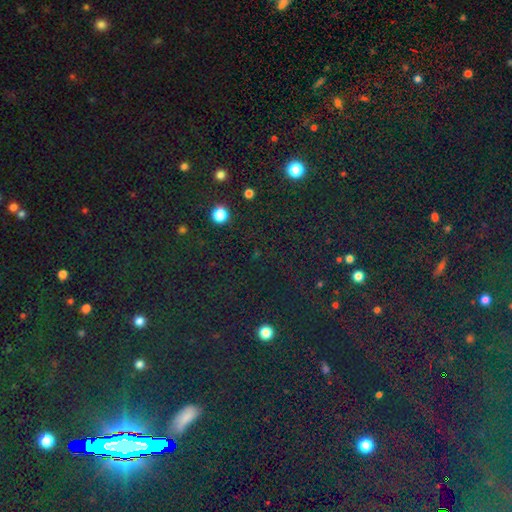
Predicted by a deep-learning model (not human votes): Smooth or featured? Predicted: star or artifact (p=0.77).